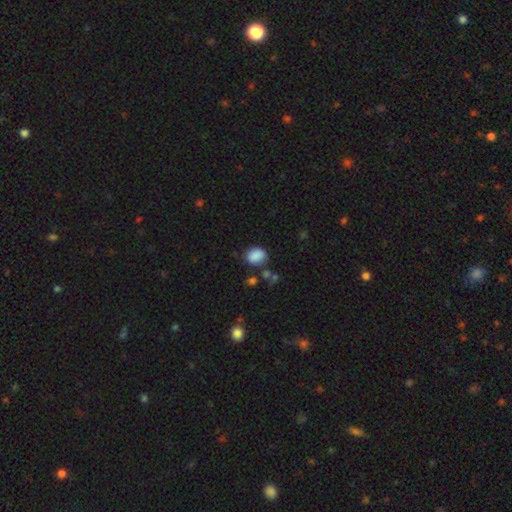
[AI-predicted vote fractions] Q: Smooth or featured?
A: smooth (85%); runner-up: star or artifact (9%)
Q: How rounded?
A: in between (54%); runner-up: round (45%)
Q: Merging?
A: none (72%); runner-up: minor disturbance (17%)